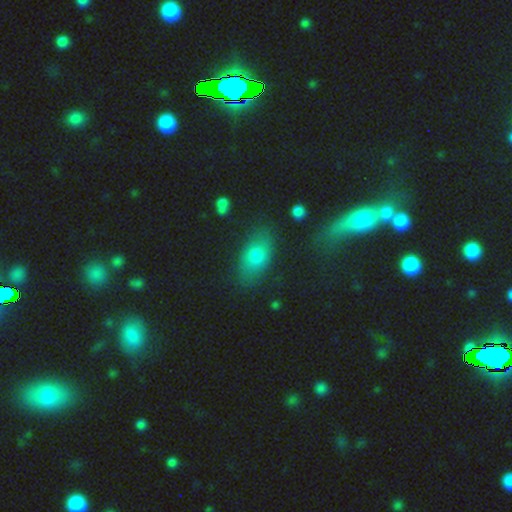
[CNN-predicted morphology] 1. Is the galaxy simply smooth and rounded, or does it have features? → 71% smooth, 15% featured or disk, 14% star or artifact.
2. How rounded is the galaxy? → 82% in between, 13% round, 5% cigar-shaped.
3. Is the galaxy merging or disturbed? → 79% none, 14% minor disturbance, 5% major disturbance, 3% merger.